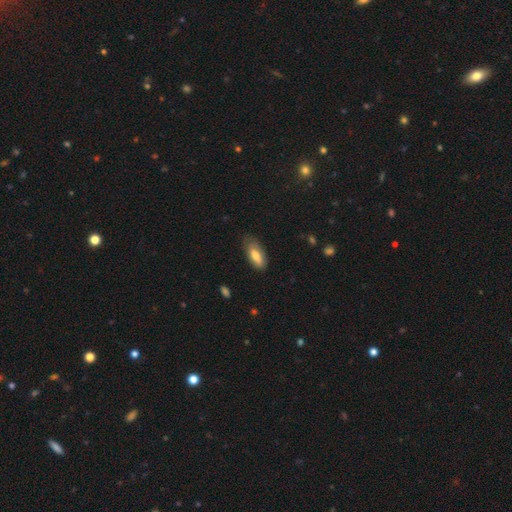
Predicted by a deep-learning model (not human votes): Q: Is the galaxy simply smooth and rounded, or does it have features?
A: smooth — 74%.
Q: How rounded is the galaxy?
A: in between — 83%.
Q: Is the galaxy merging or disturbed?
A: none — 67%.